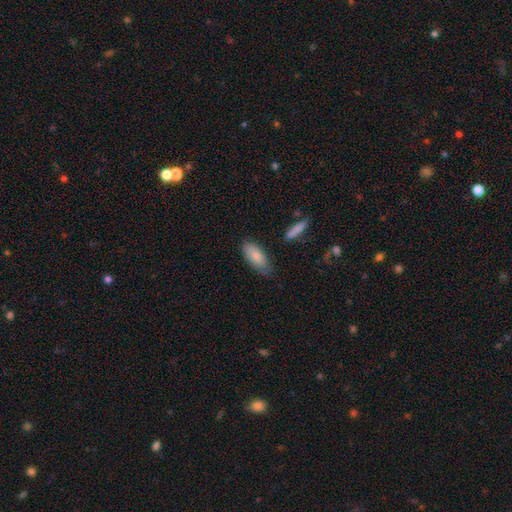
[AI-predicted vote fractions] Smooth or featured: smooth — 84% (featured or disk — 10%)
How rounded: in between — 85% (cigar-shaped — 13%)
Merging: none — 71% (minor disturbance — 23%)